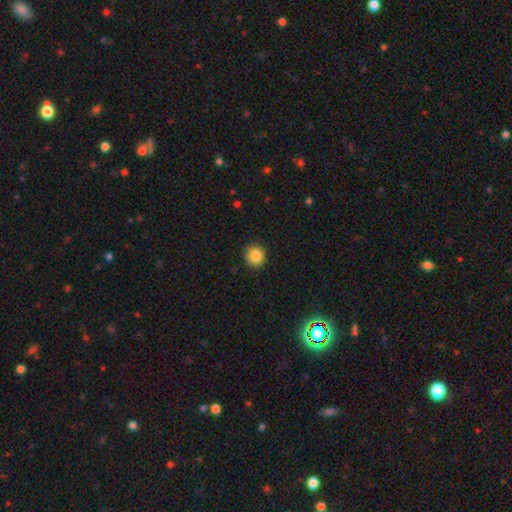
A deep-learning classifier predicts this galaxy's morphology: Smooth or featured? smooth (85%)
How rounded? round (91%)
Merging? none (87%)